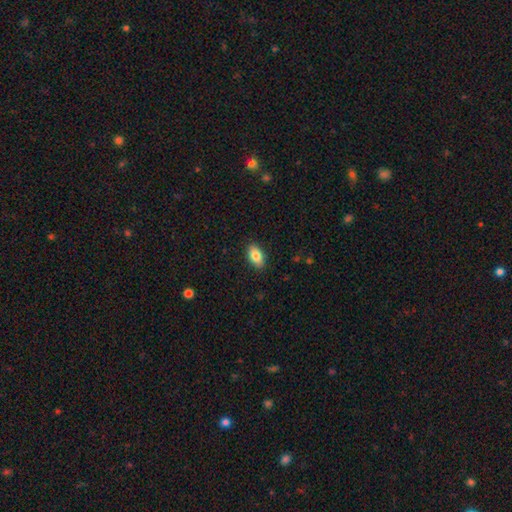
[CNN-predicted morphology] smooth 84%, featured or disk 9%, star or artifact 7%. Down the decision tree: how rounded — in between (92%); merging — none (89%).